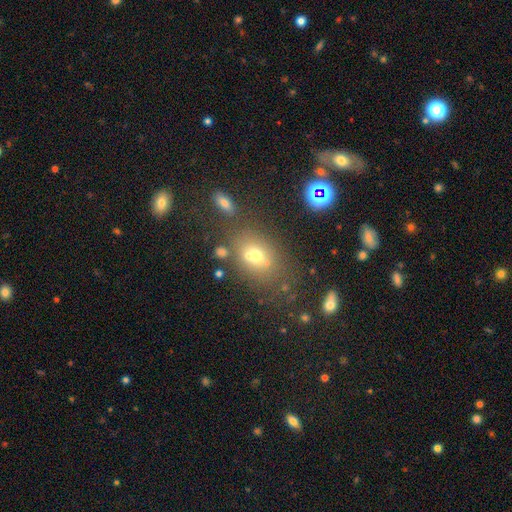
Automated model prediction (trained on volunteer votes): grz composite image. It shows a smooth galaxy with no disk features (61%) that is in between round and cigar-shaped (66%). Merging: none (55%).